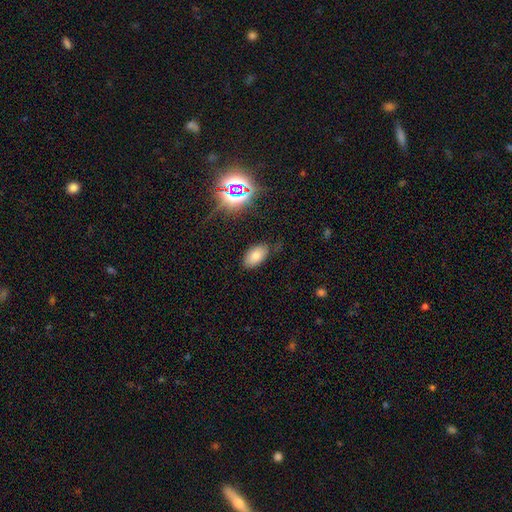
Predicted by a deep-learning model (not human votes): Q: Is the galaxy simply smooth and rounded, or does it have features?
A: smooth — 74%.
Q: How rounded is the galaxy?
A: in between — 93%.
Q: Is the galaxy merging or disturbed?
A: none — 78%.